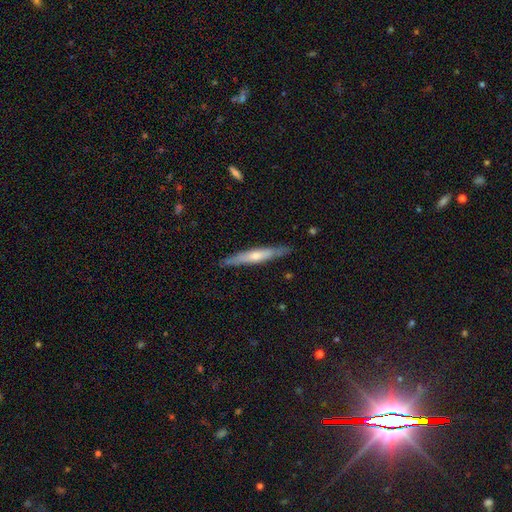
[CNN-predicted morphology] The model was most divided on "smooth or featured": featured or disk: 54%, smooth: 41%, star or artifact: 6%. More confident: edge-on disk — yes (92%); merging — none (87%).